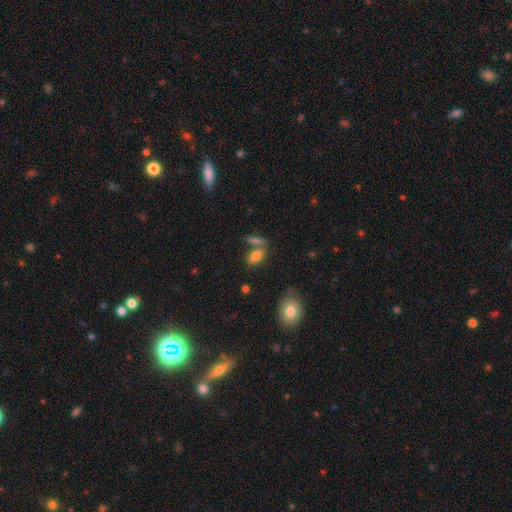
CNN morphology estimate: type=smooth (77%); roundness=in between (85%); merging=none (46%).